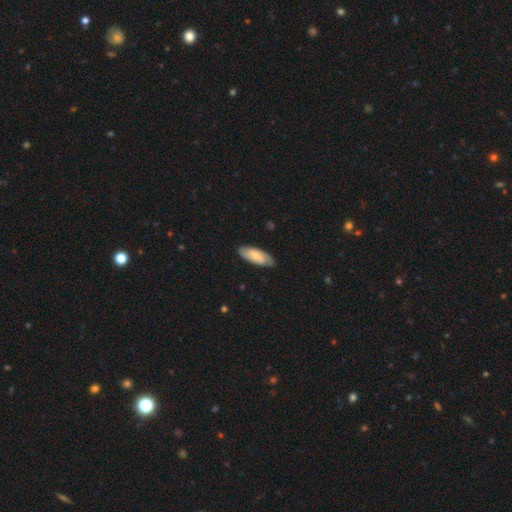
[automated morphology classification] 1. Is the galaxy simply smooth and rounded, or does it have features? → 60% smooth, 35% featured or disk, 5% star or artifact.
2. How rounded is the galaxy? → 76% in between, 22% cigar-shaped, 2% round.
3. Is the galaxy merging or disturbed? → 84% none, 13% minor disturbance, 2% major disturbance, 1% merger.